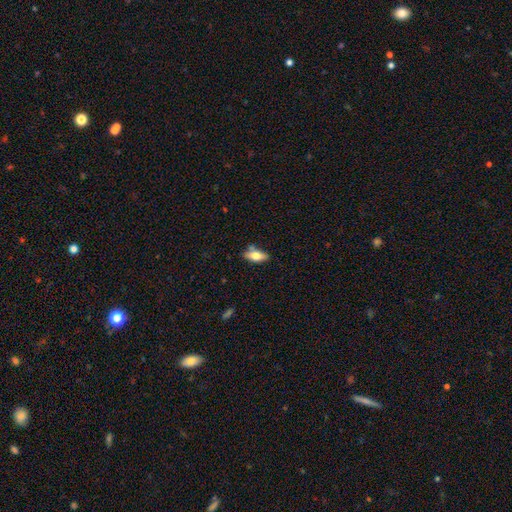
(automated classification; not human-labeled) This appears to be a smooth galaxy with no disk features (67%) that is in between round and cigar-shaped (80%). Merging: none (75%).